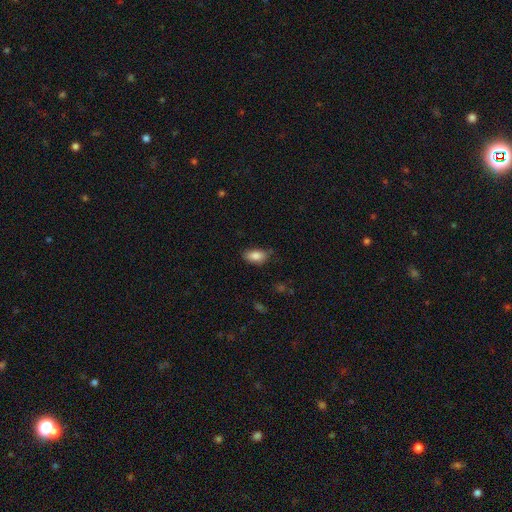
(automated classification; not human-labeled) A smooth galaxy with no disk features (86%) that is in between round and cigar-shaped (92%).

Vote fractions:
- Smooth or featured? smooth: 86% / star or artifact: 8% / featured or disk: 6%
- How rounded? in between: 92% / round: 5% / cigar-shaped: 4%
- Merging? none: 76% / minor disturbance: 19% / major disturbance: 4% / merger: 2%